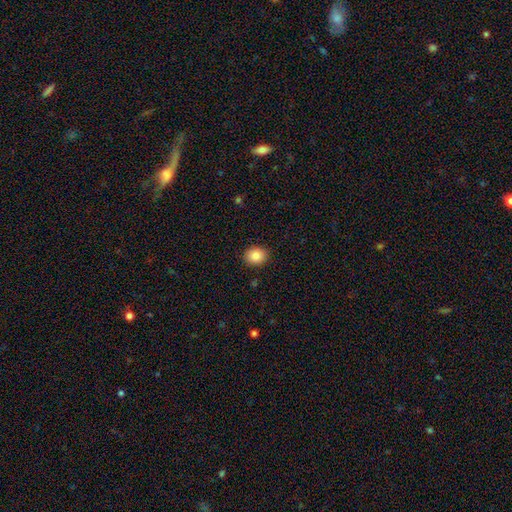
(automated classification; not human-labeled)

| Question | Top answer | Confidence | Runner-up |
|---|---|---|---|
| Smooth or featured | smooth | 86% | star or artifact (9%) |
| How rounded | round | 58% | in between (42%) |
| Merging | none | 90% | minor disturbance (7%) |